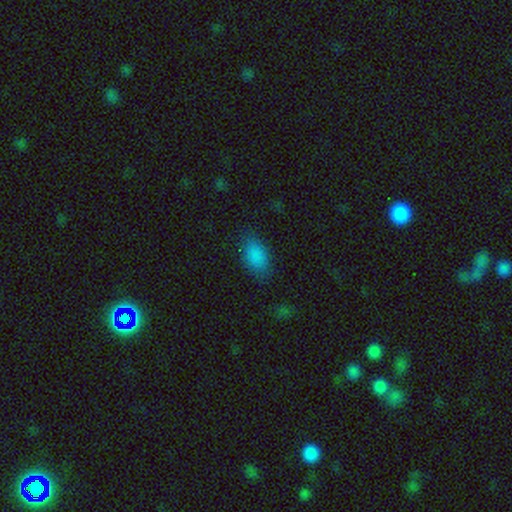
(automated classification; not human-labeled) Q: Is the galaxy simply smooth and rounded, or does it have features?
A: smooth — 85%.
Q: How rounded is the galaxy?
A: in between — 92%.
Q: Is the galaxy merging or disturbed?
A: none — 81%.